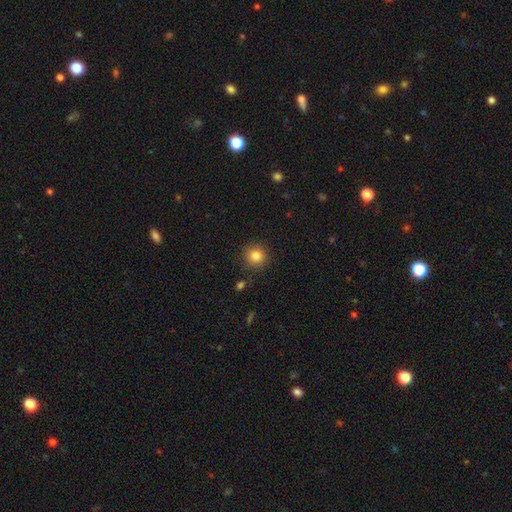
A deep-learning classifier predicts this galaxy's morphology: Q: Smooth or featured?
A: smooth (83%); runner-up: star or artifact (11%)
Q: How rounded?
A: round (90%); runner-up: in between (9%)
Q: Merging?
A: none (88%); runner-up: minor disturbance (8%)